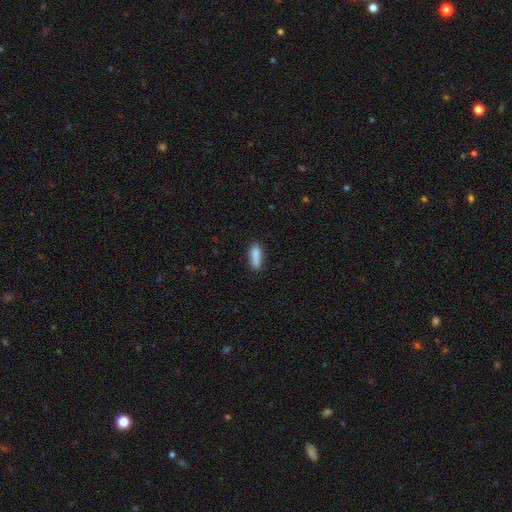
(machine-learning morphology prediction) Smooth or featured: smooth — 87% (star or artifact — 7%)
How rounded: in between — 57% (cigar-shaped — 41%)
Merging: none — 79% (minor disturbance — 15%)